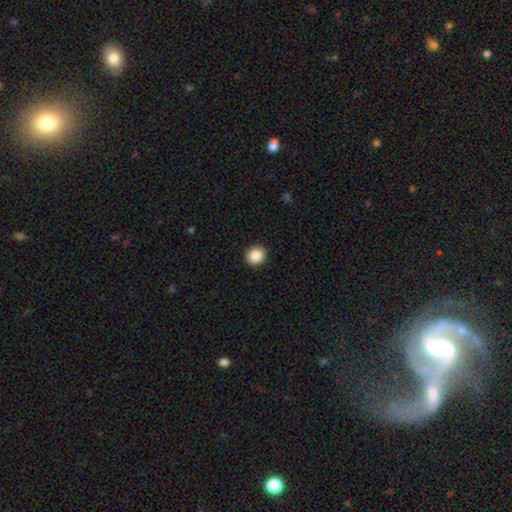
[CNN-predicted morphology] The model was most divided on "how rounded": round: 86%, in between: 13%, cigar-shaped: 1%. More confident: merging — none (92%); smooth or featured — smooth (89%).